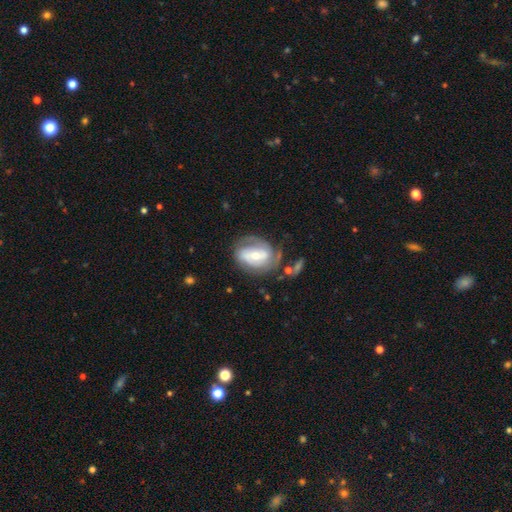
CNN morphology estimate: Smooth or featured? Predicted: featured or disk (p=0.73). Edge-on disk? Predicted: no (p=0.96). Bar? Predicted: weak (p=0.36). Spiral arms? Predicted: yes (p=0.81). Spiral winding? Predicted: tight (p=0.46). Spiral arm count? Predicted: 2 (p=0.58). Bulge size? Predicted: moderate (p=0.54). Merging? Predicted: none (p=0.56).